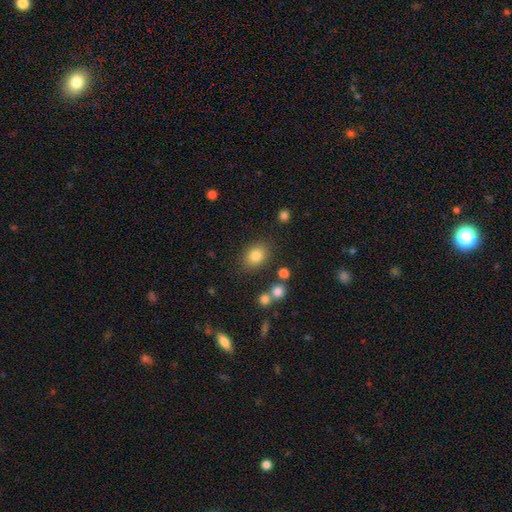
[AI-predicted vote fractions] smooth 82%, star or artifact 11%, featured or disk 7%. Down the decision tree: how rounded — in between (60%); merging — none (81%).